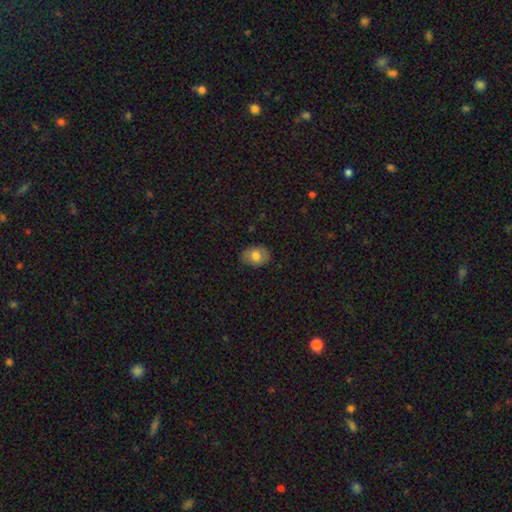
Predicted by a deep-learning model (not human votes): Smooth or featured: smooth — 73% (featured or disk — 19%)
How rounded: in between — 71% (round — 28%)
Merging: none — 84% (minor disturbance — 13%)